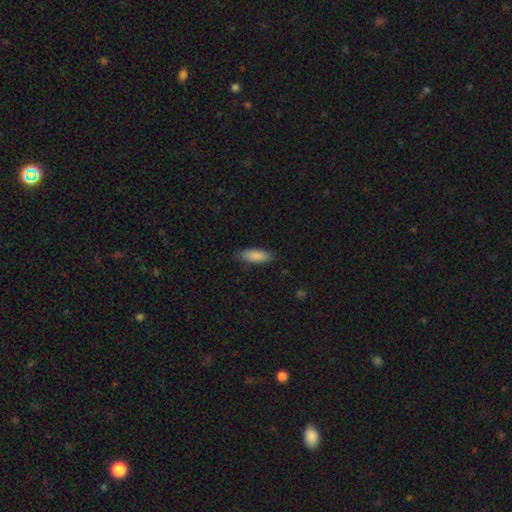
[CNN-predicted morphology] Overall: smooth (88%). How rounded: in between (67%; cigar-shaped 31%). Merging: none (83%).